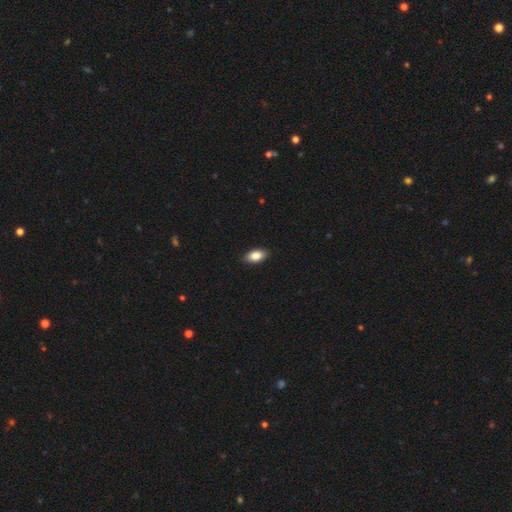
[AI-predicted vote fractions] smooth-or-featured: smooth: 85% | featured or disk: 8% | star or artifact: 7%
  how-rounded: in between: 92% | round: 5% | cigar-shaped: 3%
  merging: none: 89% | minor disturbance: 8% | major disturbance: 2% | merger: 1%